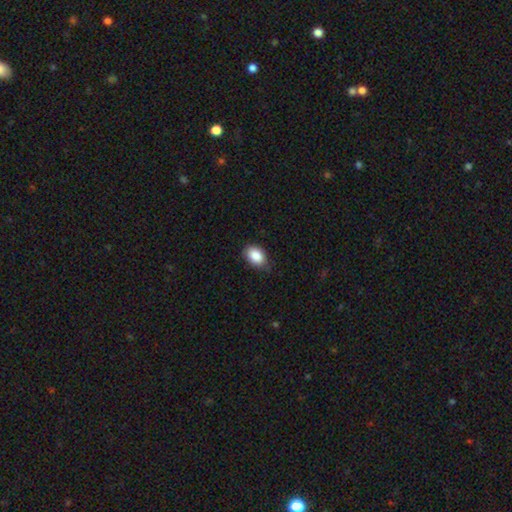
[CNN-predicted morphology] Q: Smooth or featured?
A: smooth (88%); runner-up: star or artifact (7%)
Q: How rounded?
A: in between (83%); runner-up: round (16%)
Q: Merging?
A: none (76%); runner-up: minor disturbance (20%)